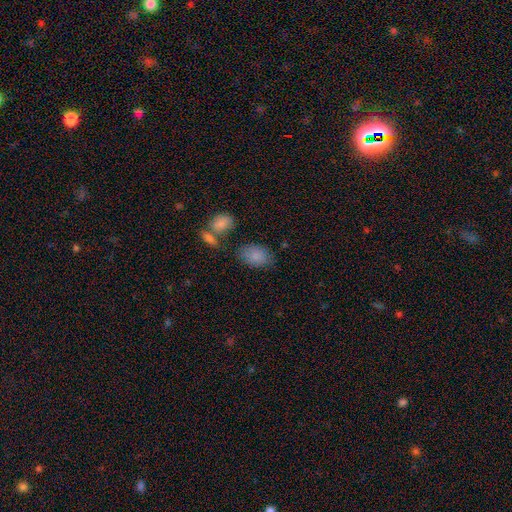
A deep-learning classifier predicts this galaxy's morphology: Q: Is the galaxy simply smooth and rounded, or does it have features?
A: smooth — 86%.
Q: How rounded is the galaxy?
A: in between — 86%.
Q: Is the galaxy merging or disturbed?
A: none — 69%.